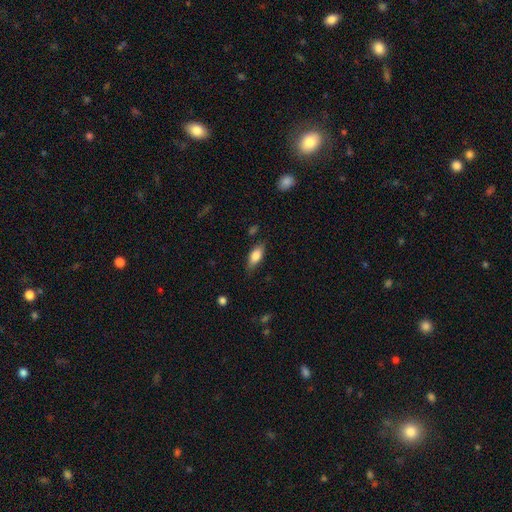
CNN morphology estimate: A smooth galaxy with no disk features (79%) that is in between round and cigar-shaped (80%). Merging: none (76%).